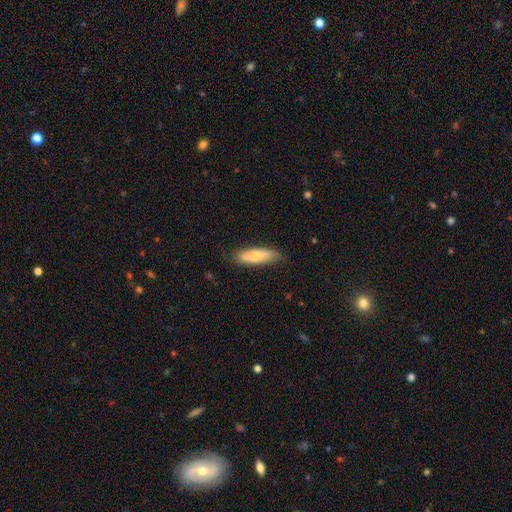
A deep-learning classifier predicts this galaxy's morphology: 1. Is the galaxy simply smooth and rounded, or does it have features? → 76% smooth, 19% featured or disk, 6% star or artifact.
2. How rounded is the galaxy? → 52% in between, 47% cigar-shaped, 2% round.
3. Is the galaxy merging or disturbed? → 78% none, 18% minor disturbance, 3% major disturbance, 1% merger.